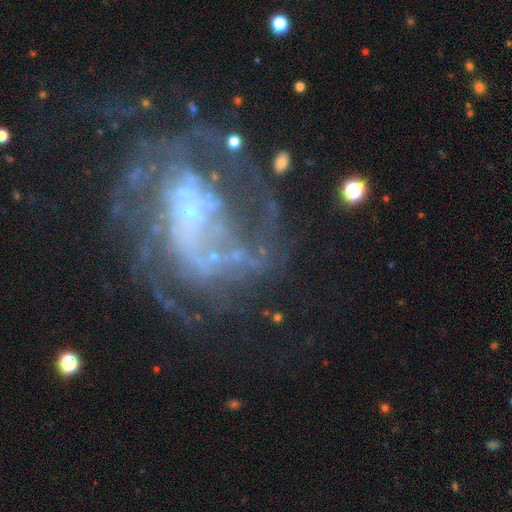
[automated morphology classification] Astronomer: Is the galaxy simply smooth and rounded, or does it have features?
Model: featured or disk — 83%.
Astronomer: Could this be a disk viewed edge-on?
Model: no — 98%.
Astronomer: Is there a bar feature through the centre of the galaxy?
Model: no — 68%.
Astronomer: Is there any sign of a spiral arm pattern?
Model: yes — 85%.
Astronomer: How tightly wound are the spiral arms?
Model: medium — 40% (runner-up: tight, 32%).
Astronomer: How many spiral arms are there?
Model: can't tell — 30% (runner-up: 2, 27%).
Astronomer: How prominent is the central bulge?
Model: small — 71%.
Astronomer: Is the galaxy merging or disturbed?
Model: none — 52%.